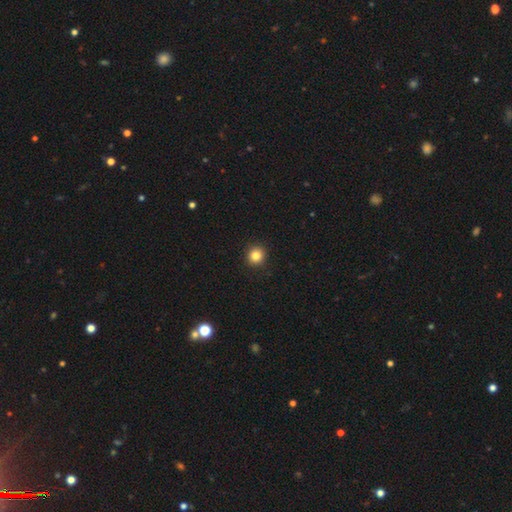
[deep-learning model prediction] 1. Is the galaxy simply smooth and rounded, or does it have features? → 83% smooth, 11% star or artifact, 5% featured or disk.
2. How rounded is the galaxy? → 92% round, 8% in between, 1% cigar-shaped.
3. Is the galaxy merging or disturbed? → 93% none, 5% minor disturbance, 2% major disturbance, 1% merger.